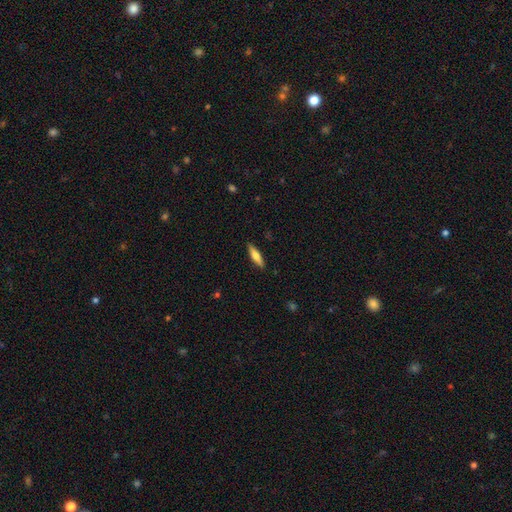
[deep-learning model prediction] smooth-or-featured: smooth: 62% | featured or disk: 32% | star or artifact: 6%
  how-rounded: cigar-shaped: 69% | in between: 29% | round: 2%
  merging: none: 89% | minor disturbance: 8% | major disturbance: 2% | merger: 1%